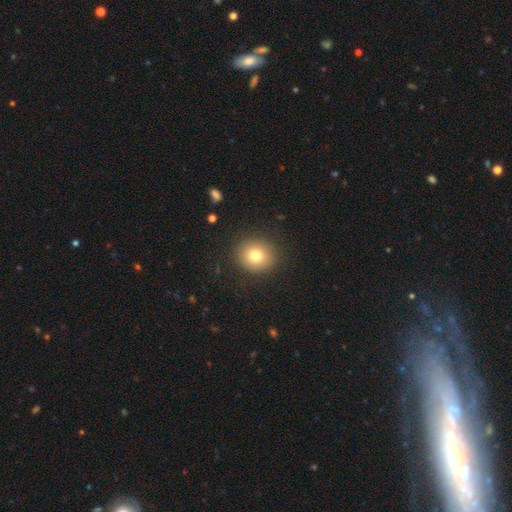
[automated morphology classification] type=smooth (78%); roundness=round (86%); merging=none (89%).